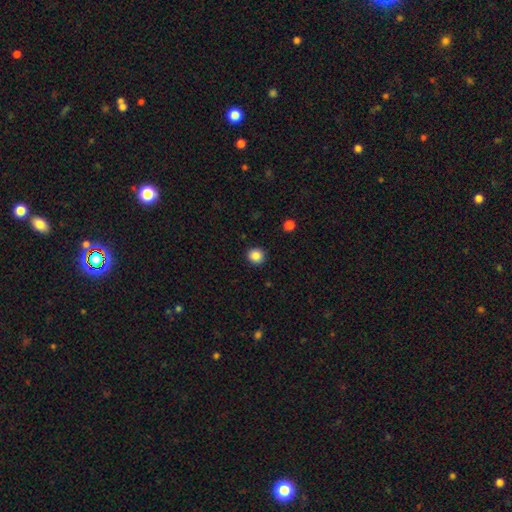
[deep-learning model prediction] Morphology: type=smooth (87%); roundness=round (92%); merging=none (92%).